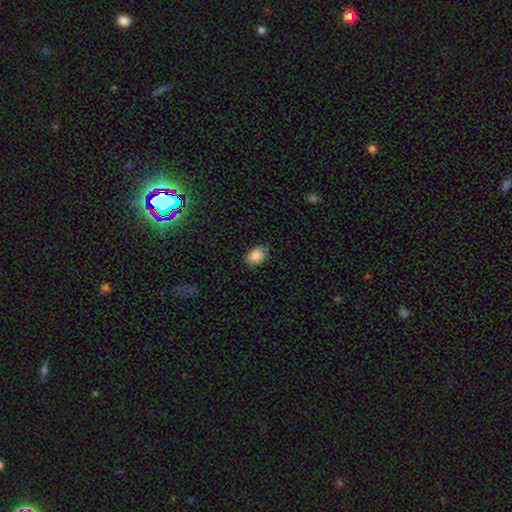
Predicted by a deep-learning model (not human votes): This is clearly a smooth galaxy (87%). How rounded: likely in between (77%). Merging: clearly none (85%).